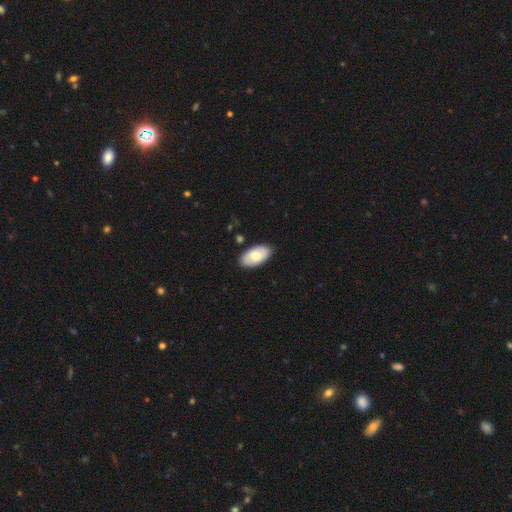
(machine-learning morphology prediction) Smooth or featured? Predicted: smooth (p=0.70). How rounded? Predicted: in between (p=0.96). Merging? Predicted: none (p=0.88).